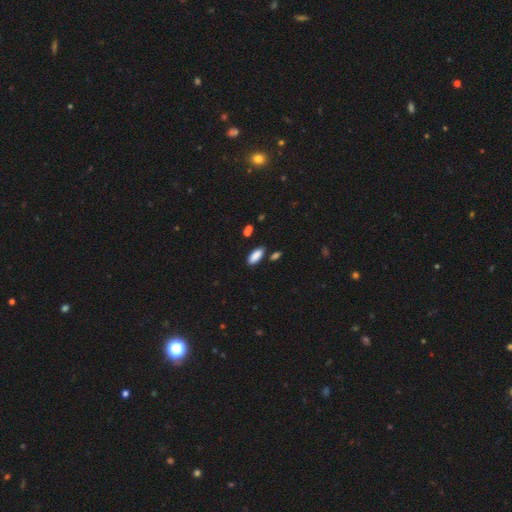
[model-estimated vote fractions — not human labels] smooth-or-featured: smooth: 88% | star or artifact: 7% | featured or disk: 4%
  how-rounded: in between: 83% | cigar-shaped: 15% | round: 2%
  merging: none: 81% | minor disturbance: 11% | merger: 5% | major disturbance: 3%